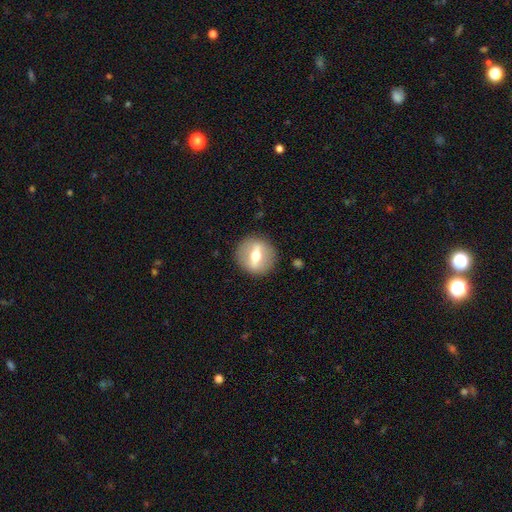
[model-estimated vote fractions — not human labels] Overall: featured or disk (57%; smooth 36%). Edge-on disk: no (62%; yes 38%). Merging: none (88%).